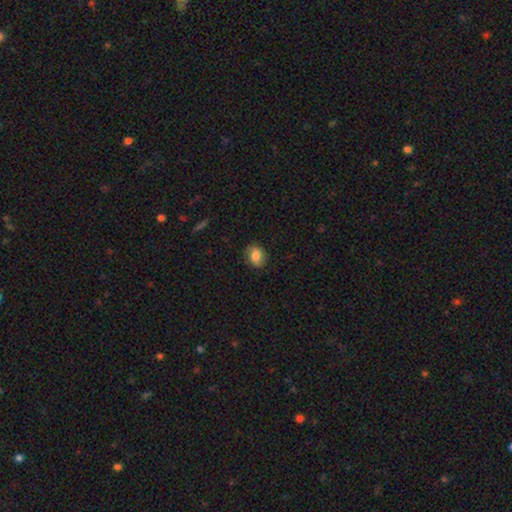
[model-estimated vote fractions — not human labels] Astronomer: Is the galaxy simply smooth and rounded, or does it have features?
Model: smooth — 74%.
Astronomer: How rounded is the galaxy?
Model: in between — 55% (runner-up: round, 44%).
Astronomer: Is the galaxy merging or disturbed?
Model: none — 81%.